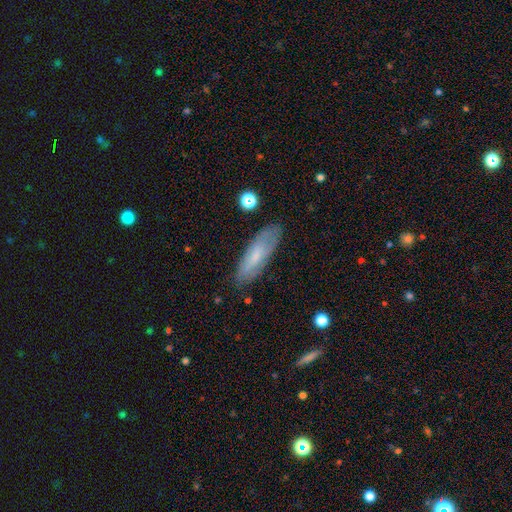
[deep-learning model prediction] Smooth or featured: smooth — 61% (featured or disk — 32%)
How rounded: in between — 50% (cigar-shaped — 49%)
Merging: none — 79% (minor disturbance — 16%)